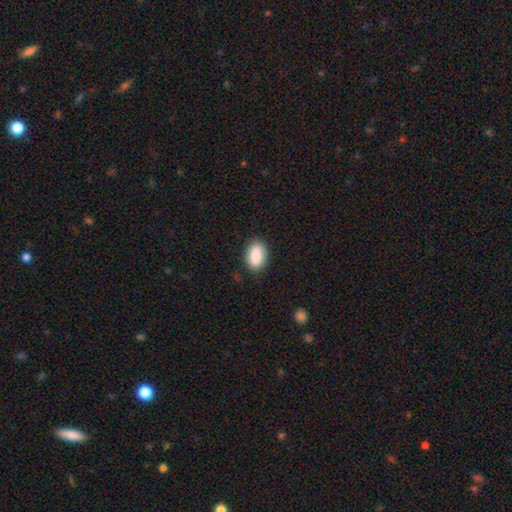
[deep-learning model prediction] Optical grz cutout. It shows a smooth galaxy with no disk features (87%) that is in between round and cigar-shaped (89%). Merging: none (83%).